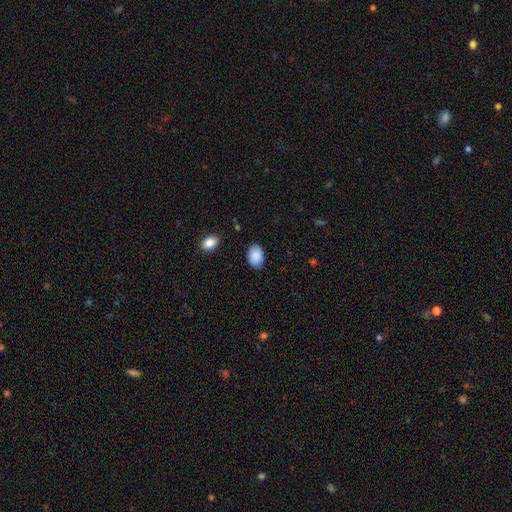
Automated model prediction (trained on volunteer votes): Smooth or featured? smooth (87%)
How rounded? in between (85%)
Merging? none (84%)